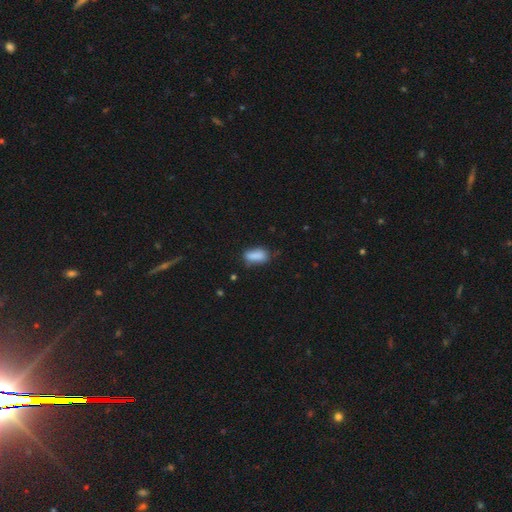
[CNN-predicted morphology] A smooth galaxy with no disk features (86%) that is in between round and cigar-shaped (85%). Merging: none (64%).